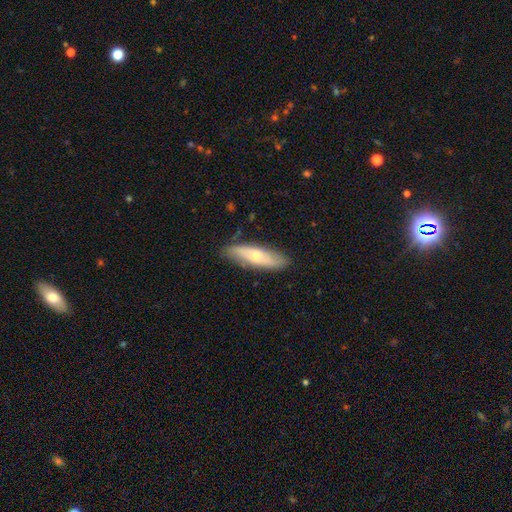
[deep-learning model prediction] Q: Smooth or featured?
A: smooth (53%); runner-up: featured or disk (41%)
Q: How rounded?
A: cigar-shaped (61%); runner-up: in between (37%)
Q: Merging?
A: none (84%); runner-up: minor disturbance (12%)